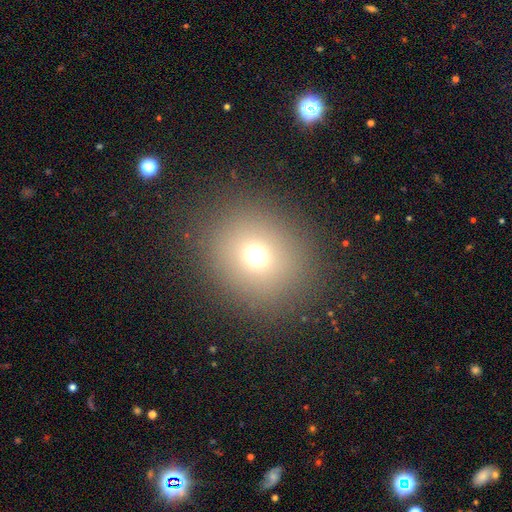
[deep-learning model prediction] Smooth or featured: smooth — 69% (star or artifact — 21%)
How rounded: round — 76% (in between — 23%)
Merging: none — 87% (minor disturbance — 7%)